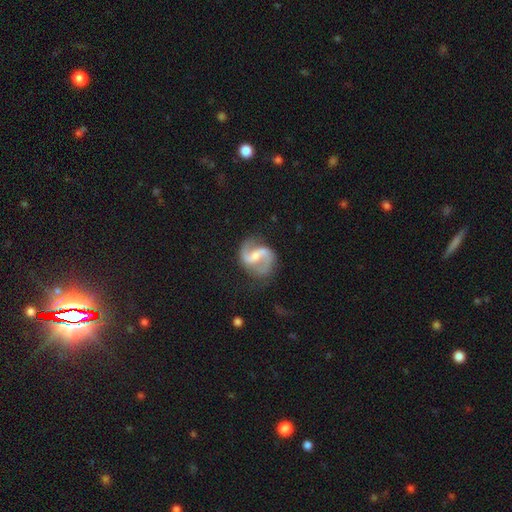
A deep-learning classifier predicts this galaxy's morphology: This appears to be a featured or disk galaxy (90%) with a weak bar (51%), 2 (94%) medium (51%) spiral arms (97%) and a moderate central bulge (41%). Merging: none (74%).